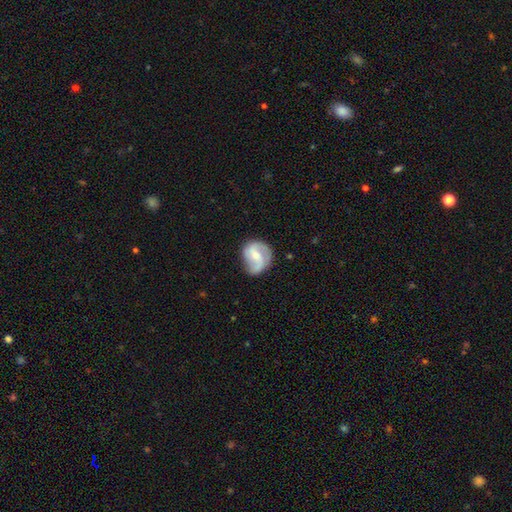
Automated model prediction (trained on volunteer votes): smooth_or_featured: featured or disk (p=0.70) [alt: smooth p=0.24]
disk_edge_on: no (p=0.98) [alt: yes p=0.02]
bar: weak (p=0.46) [alt: no p=0.35]
has_spiral_arms: yes (p=0.90) [alt: no p=0.10]
spiral_winding: medium (p=0.46) [alt: loose p=0.33]
spiral_arm_count: 2 (p=0.75) [alt: can't tell p=0.09]
bulge_size: small (p=0.49) [alt: moderate p=0.41]
merging: none (p=0.61) [alt: minor disturbance p=0.26]